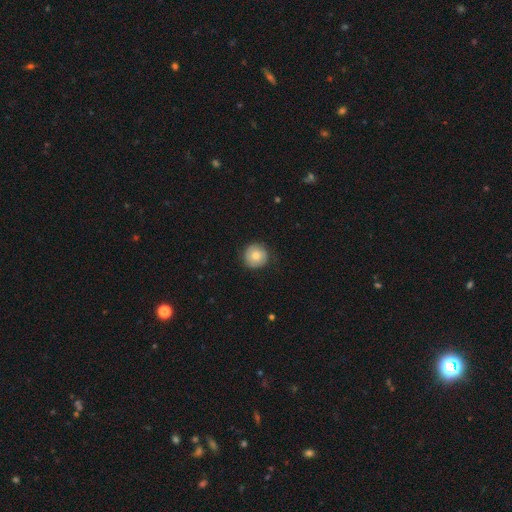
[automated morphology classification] A smooth galaxy with no disk features (75%) that is round (94%).

Vote fractions:
- Smooth or featured? smooth: 75% / featured or disk: 18% / star or artifact: 7%
- How rounded? round: 94% / in between: 5% / cigar-shaped: 1%
- Merging? none: 82% / minor disturbance: 14% / major disturbance: 3% / merger: 1%